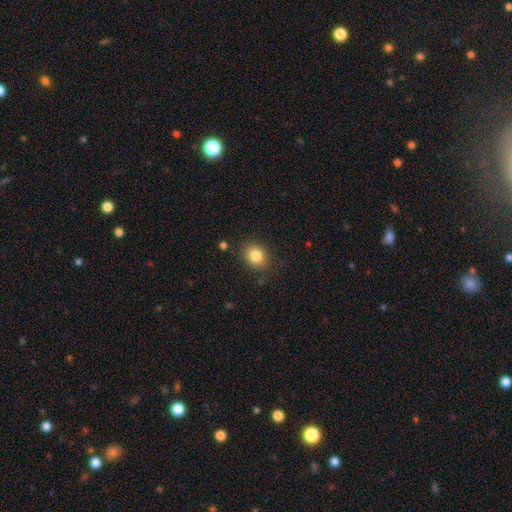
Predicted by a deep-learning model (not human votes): A smooth galaxy with no disk features (83%) that is round (61%). Merging: none (83%).